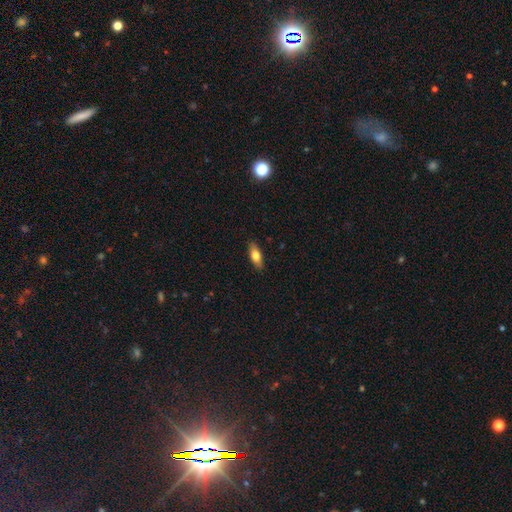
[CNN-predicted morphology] Smooth or featured? smooth (75%)
How rounded? in between (73%)
Merging? none (88%)